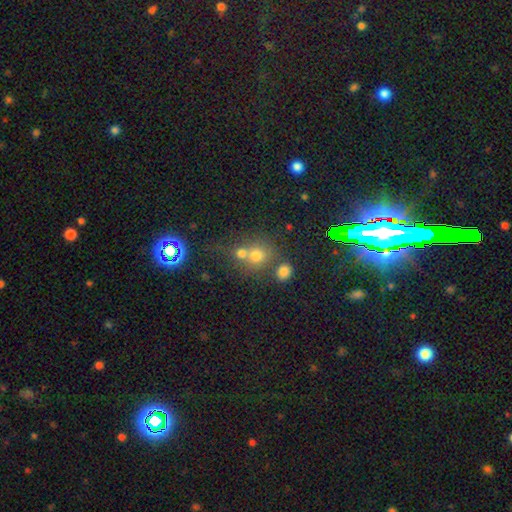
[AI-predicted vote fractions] Smooth or featured: smooth — 66% (star or artifact — 21%)
How rounded: round — 81% (in between — 18%)
Merging: merger — 44% (tied with none — 44%)